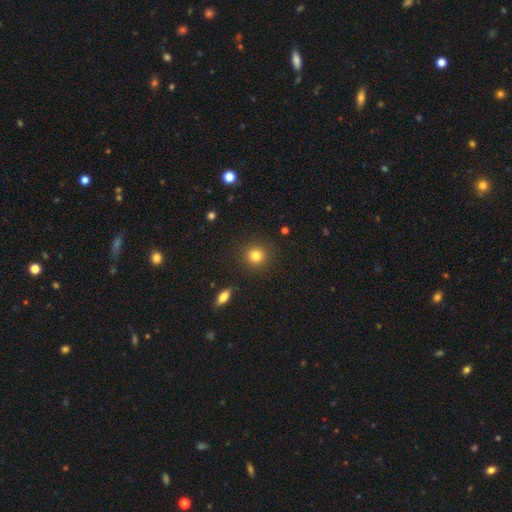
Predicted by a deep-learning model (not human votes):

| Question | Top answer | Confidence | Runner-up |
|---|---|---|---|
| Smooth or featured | smooth | 82% | star or artifact (11%) |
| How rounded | round | 92% | in between (7%) |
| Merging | none | 90% | minor disturbance (6%) |